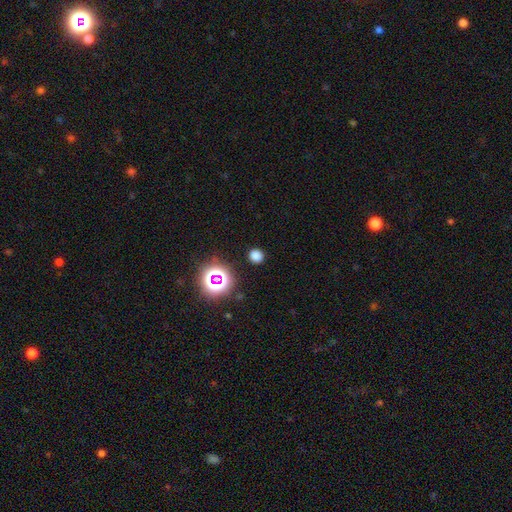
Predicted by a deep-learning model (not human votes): This is likely a smooth galaxy (73%). How rounded: clearly round (86%). Merging: clearly none (90%).